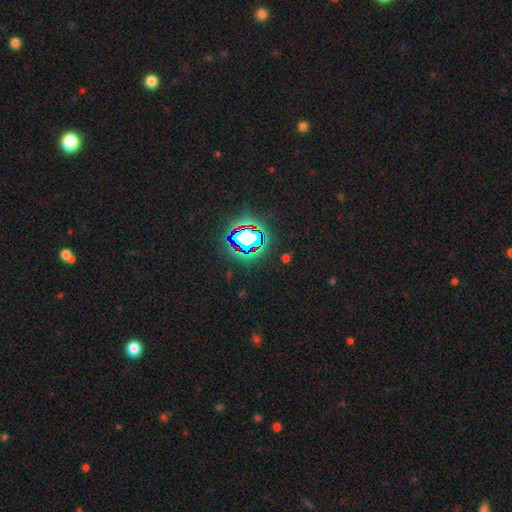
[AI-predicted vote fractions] A star or artifact, not a galaxy (84%).

Vote fractions:
- Smooth or featured? star or artifact: 84% / smooth: 10% / featured or disk: 6%